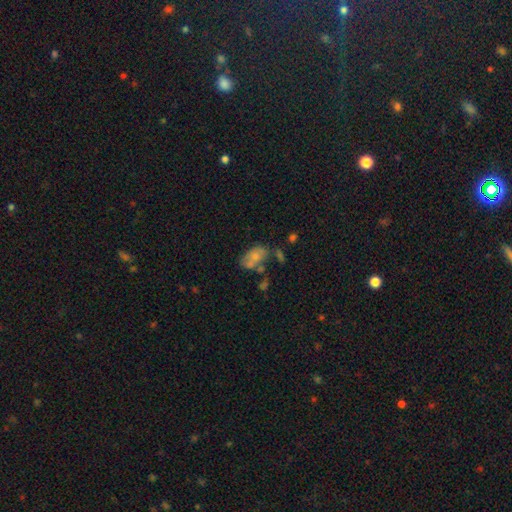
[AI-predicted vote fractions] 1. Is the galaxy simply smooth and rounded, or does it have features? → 53% smooth, 33% featured or disk, 14% star or artifact.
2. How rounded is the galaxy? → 87% in between, 10% round, 3% cigar-shaped.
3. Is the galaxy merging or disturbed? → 38% none, 26% merger, 22% minor disturbance, 14% major disturbance.